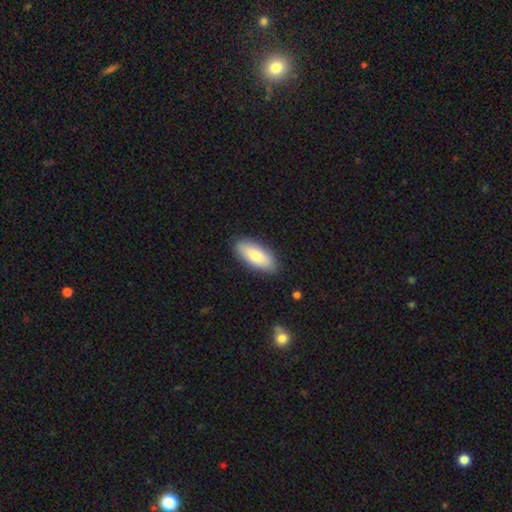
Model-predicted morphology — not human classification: Smooth or featured?
  - smooth: 79% *
  - featured or disk: 15%
  - star or artifact: 6%
How rounded?
  - in between: 82% *
  - cigar-shaped: 16%
  - round: 2%
Merging?
  - none: 87% *
  - minor disturbance: 10%
  - major disturbance: 2%
  - merger: 1%